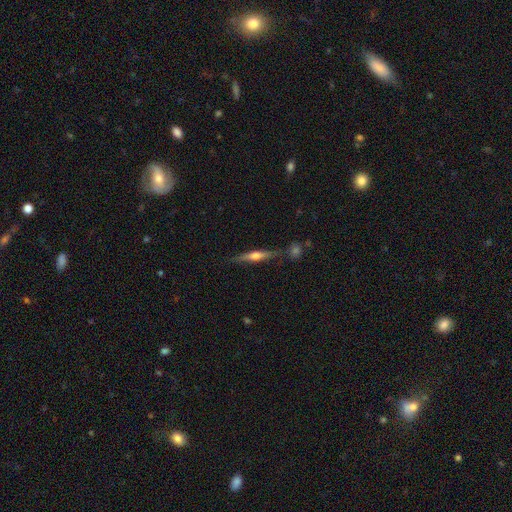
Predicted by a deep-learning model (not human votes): A featured or disk galaxy (63%) viewed edge-on (96%) with a rounded central bulge (85%).

Vote fractions:
- Smooth or featured? featured or disk: 63% / smooth: 31% / star or artifact: 6%
- Edge-on disk? yes: 96% / no: 4%
- Edge-on bulge? rounded: 85% / boxy: 8% / none: 7%
- Merging? none: 80% / minor disturbance: 12% / merger: 5% / major disturbance: 3%